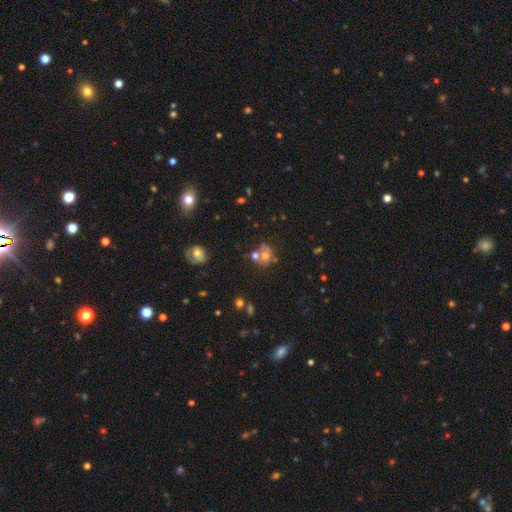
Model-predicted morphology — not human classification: smooth_or_featured: smooth (p=0.43) [alt: star or artifact p=0.42]
merging: none (p=0.57) [alt: merger p=0.25]